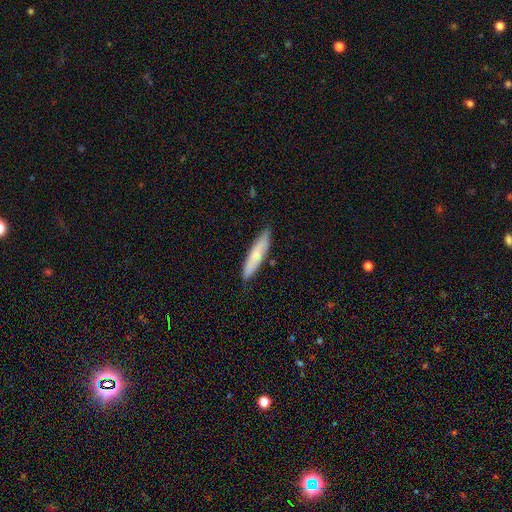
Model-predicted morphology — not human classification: smooth 66%, featured or disk 28%, star or artifact 6%. Down the decision tree: how rounded — cigar-shaped (81%); merging — none (81%).